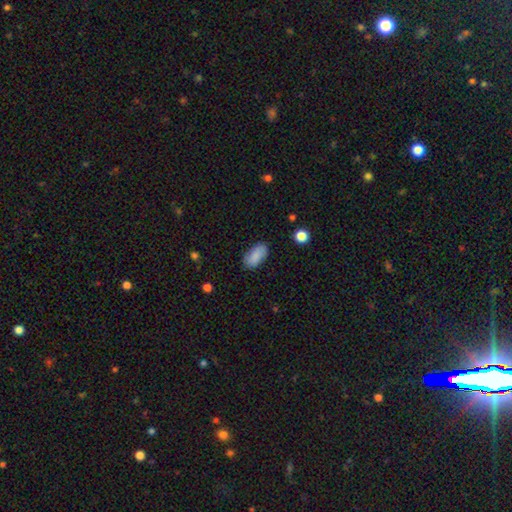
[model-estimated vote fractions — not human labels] Smooth or featured? smooth (84%)
How rounded? in between (93%)
Merging? none (79%)